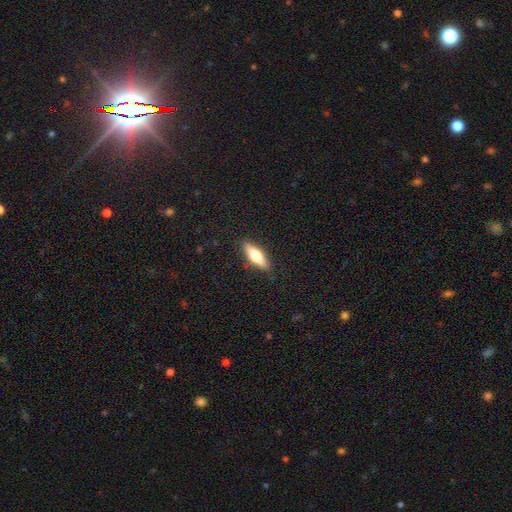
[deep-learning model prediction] The model was most divided on "how rounded": cigar-shaped: 53%, in between: 45%, round: 2%. More confident: merging — none (88%); smooth or featured — smooth (59%).